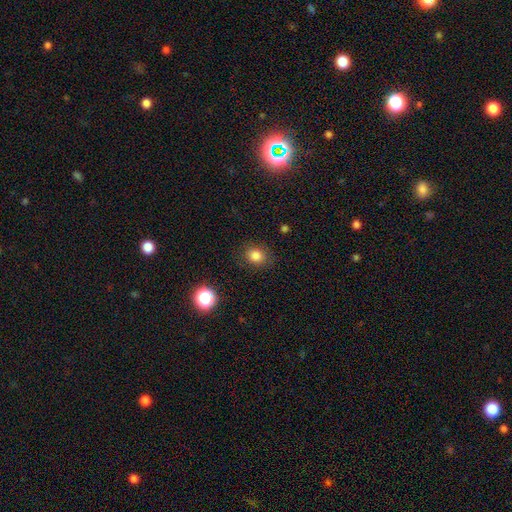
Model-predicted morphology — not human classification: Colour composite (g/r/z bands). It shows a smooth galaxy with no disk features (82%) that is round (69%). Merging: none (85%).